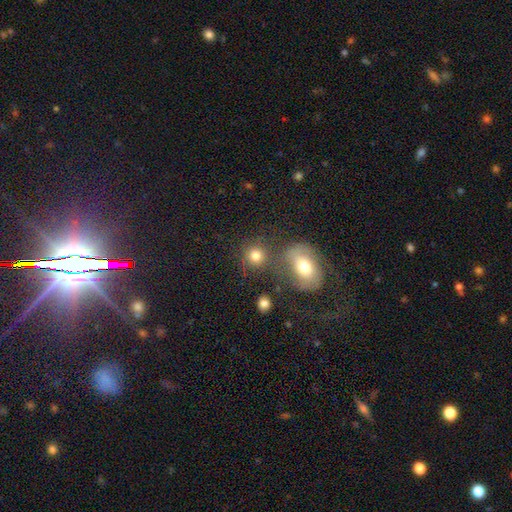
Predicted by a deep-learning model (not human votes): Smooth or featured? Predicted: smooth (p=0.78). How rounded? Predicted: round (p=0.83). Merging? Predicted: none (p=0.64).